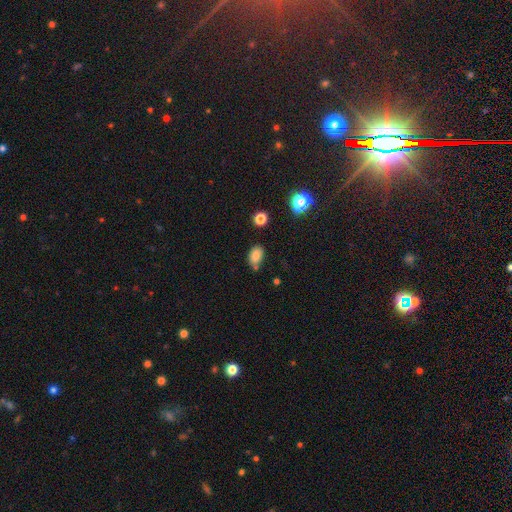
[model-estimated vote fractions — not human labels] Q: Smooth or featured?
A: smooth (80%); runner-up: star or artifact (12%)
Q: How rounded?
A: in between (86%); runner-up: round (13%)
Q: Merging?
A: none (71%); runner-up: minor disturbance (18%)